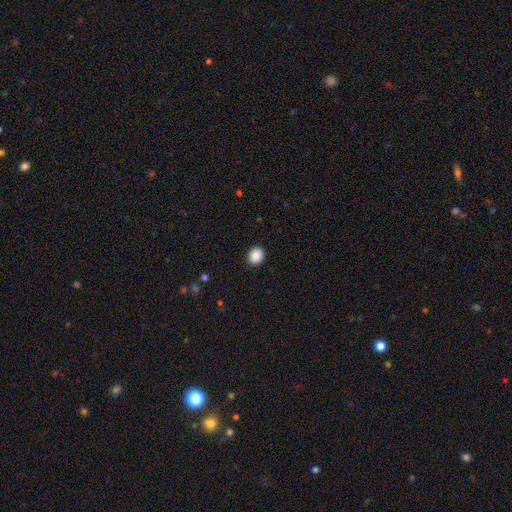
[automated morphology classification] Smooth or featured? smooth (89%)
How rounded? round (56%)
Merging? none (90%)